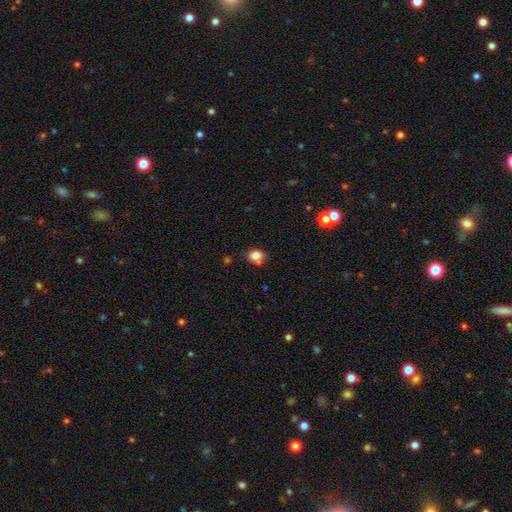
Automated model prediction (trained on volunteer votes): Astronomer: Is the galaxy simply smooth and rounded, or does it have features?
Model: smooth — 81%.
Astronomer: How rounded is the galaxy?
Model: round — 56% (runner-up: in between, 43%).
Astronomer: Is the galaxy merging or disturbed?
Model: none — 60%.